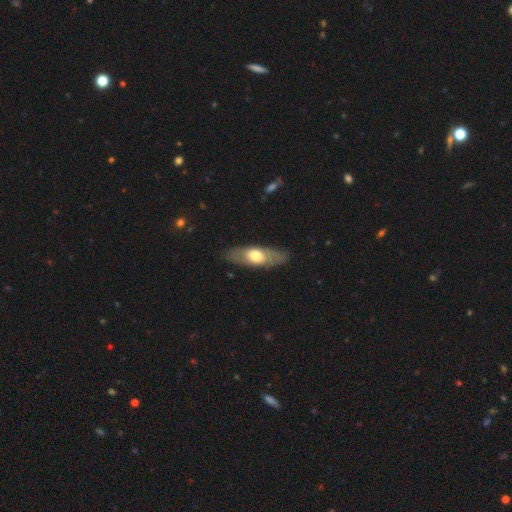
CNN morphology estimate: type=smooth (52%); roundness=in between (63%); merging=none (83%).